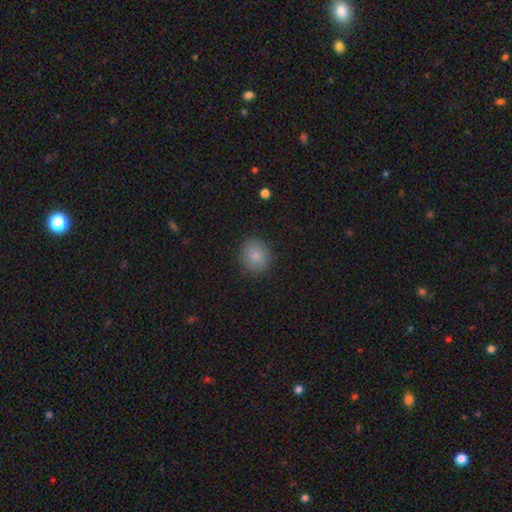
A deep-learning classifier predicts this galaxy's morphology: A smooth galaxy with no disk features (84%) that is round (83%). Merging: none (88%).